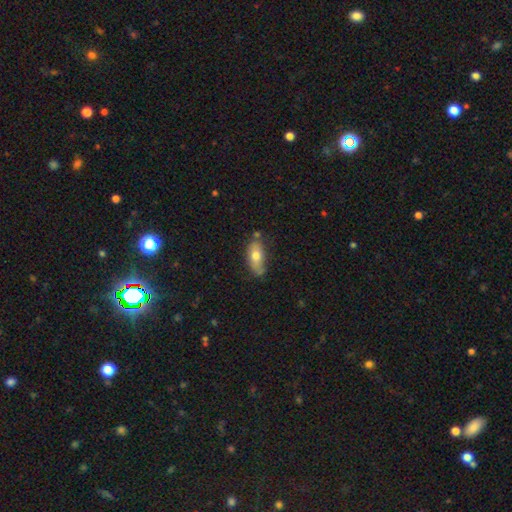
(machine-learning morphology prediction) Smooth or featured? smooth (69%)
How rounded? in between (81%)
Merging? none (60%)